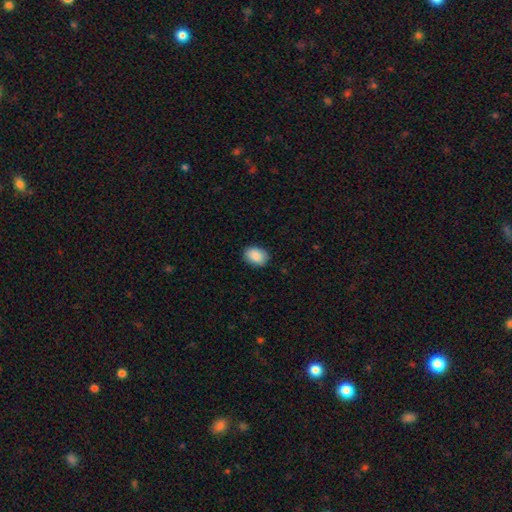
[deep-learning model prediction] Smooth or featured? smooth (89%)
How rounded? in between (75%)
Merging? none (86%)